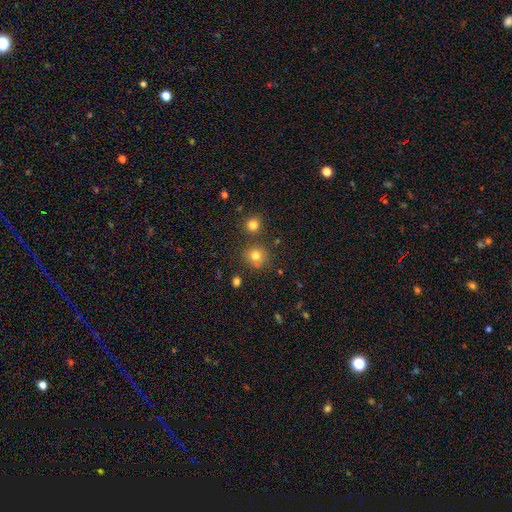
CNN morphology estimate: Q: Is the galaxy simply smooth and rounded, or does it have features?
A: smooth — 79%.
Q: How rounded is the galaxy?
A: round — 87%.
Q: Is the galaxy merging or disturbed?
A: none — 78%.